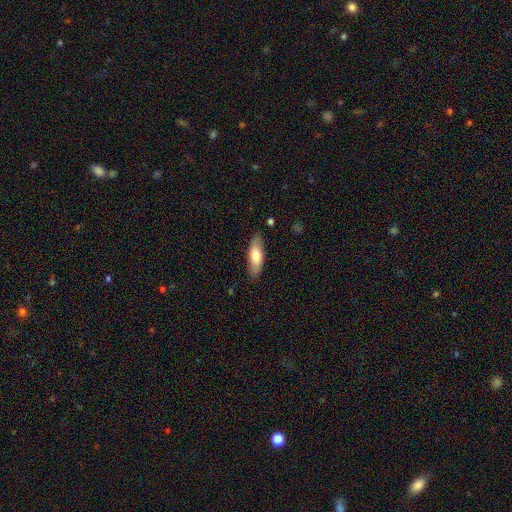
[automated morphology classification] This is likely a smooth galaxy (70%). How rounded: likely in between (63%). Merging: clearly none (86%).